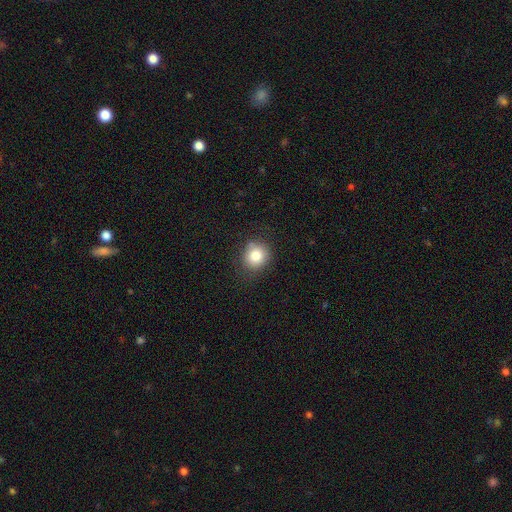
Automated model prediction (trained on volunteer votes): This appears to be a smooth galaxy with no disk features (82%) that is round (82%). Merging: none (78%).